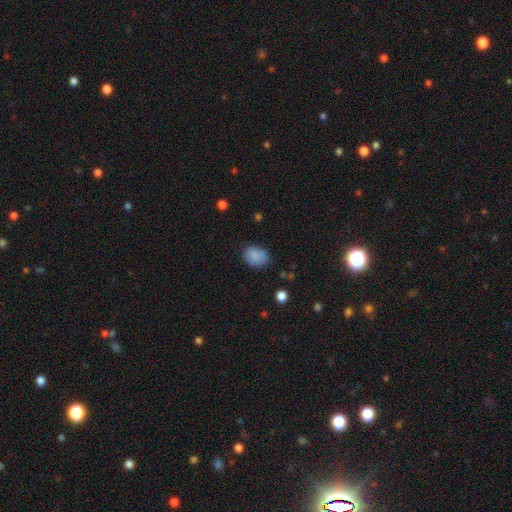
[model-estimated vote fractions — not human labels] This is clearly a smooth galaxy (82%). How rounded: likely in between (65%). Merging: likely none (68%).